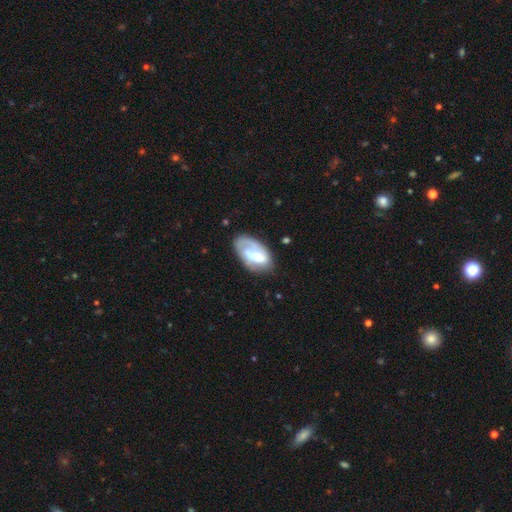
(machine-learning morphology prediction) Smooth or featured: featured or disk — 49% (smooth — 45%)
Merging: none — 50% (minor disturbance — 27%)